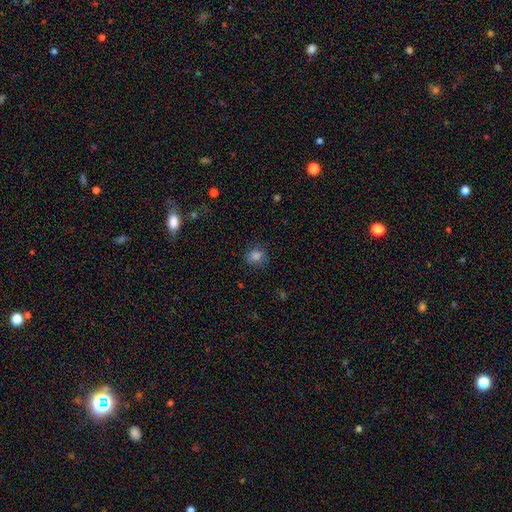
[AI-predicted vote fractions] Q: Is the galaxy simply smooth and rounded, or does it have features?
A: smooth — 80%.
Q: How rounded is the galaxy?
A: round — 69%.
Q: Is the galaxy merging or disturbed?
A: none — 81%.